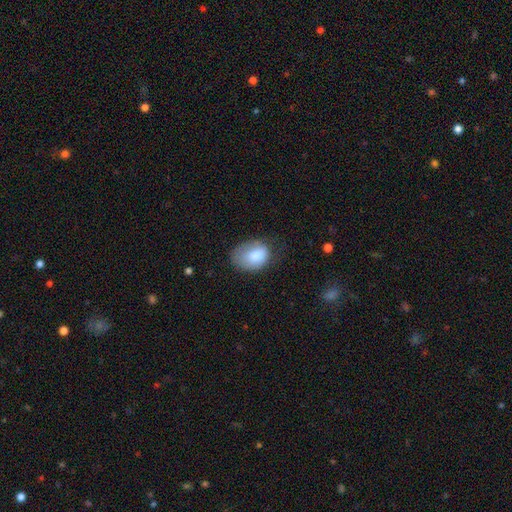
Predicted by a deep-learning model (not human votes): This appears to be a smooth galaxy with no disk features (82%) that is in between round and cigar-shaped (77%). Merging: none (45%).